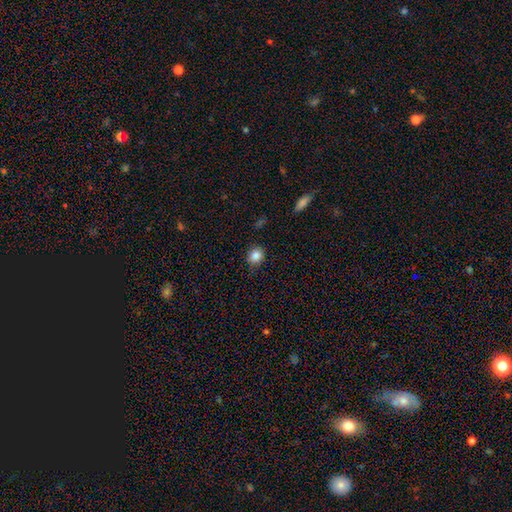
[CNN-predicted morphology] Smooth or featured?
  - smooth: 85% *
  - star or artifact: 10%
  - featured or disk: 5%
How rounded?
  - round: 72% *
  - in between: 27%
  - cigar-shaped: 1%
Merging?
  - none: 82% *
  - minor disturbance: 14%
  - major disturbance: 3%
  - merger: 1%